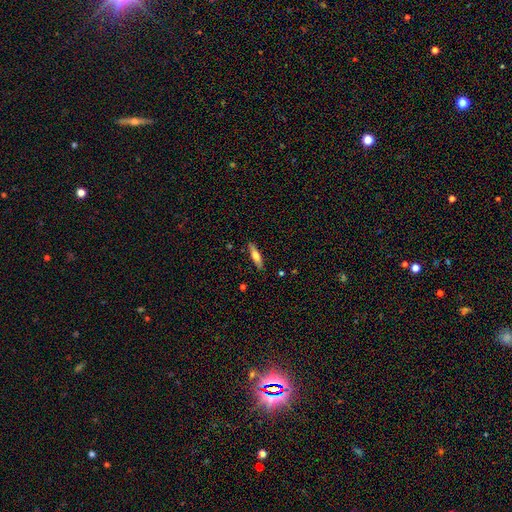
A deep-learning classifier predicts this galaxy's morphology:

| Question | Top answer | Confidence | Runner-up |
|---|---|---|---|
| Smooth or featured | smooth | 56% | featured or disk (37%) |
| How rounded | cigar-shaped | 71% | in between (27%) |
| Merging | none | 87% | minor disturbance (9%) |